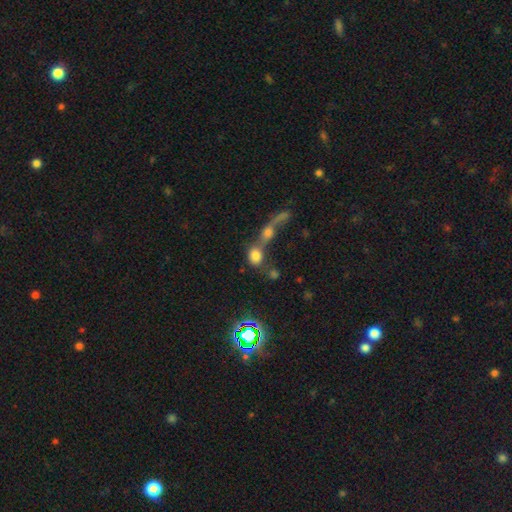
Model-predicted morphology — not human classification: Smooth or featured? Predicted: smooth (p=0.72). How rounded? Predicted: round (p=0.49). Merging? Predicted: merger (p=0.60).